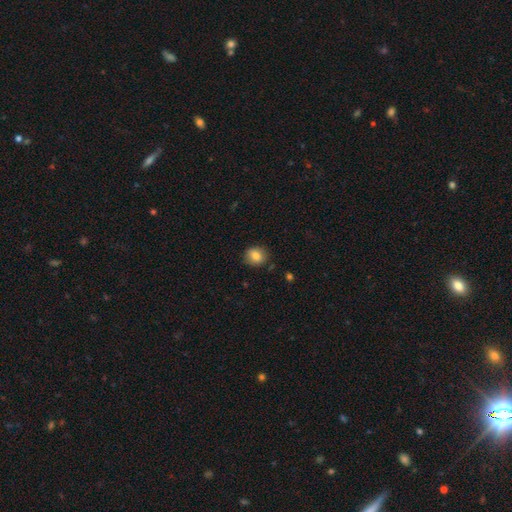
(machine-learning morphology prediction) This is clearly a smooth galaxy (81%). How rounded: likely round (72%). Merging: clearly none (85%).